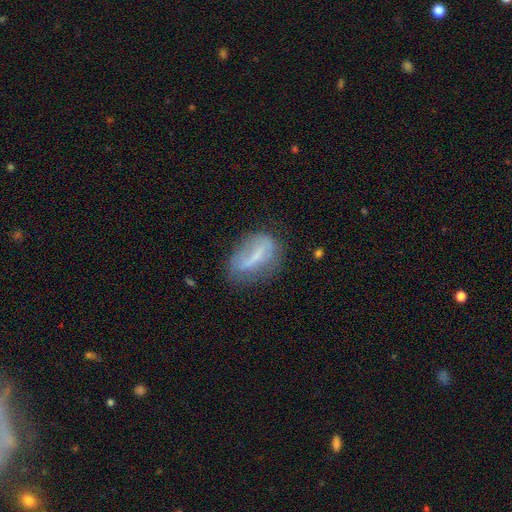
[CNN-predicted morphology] featured or disk 46%, smooth 45%, star or artifact 10%. Down the decision tree: merging — none (55%).